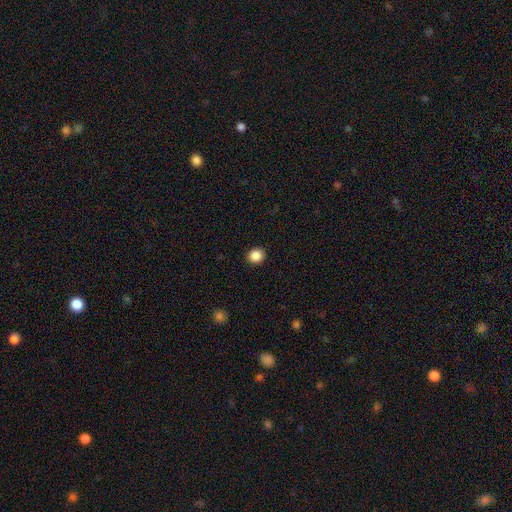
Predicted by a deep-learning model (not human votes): A smooth galaxy with no disk features (87%) that is round (80%). Merging: none (92%).